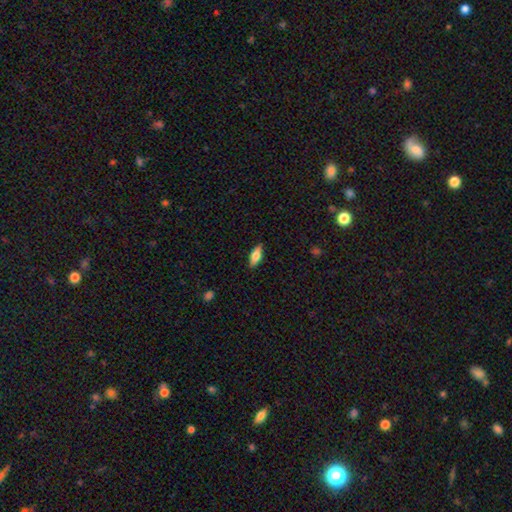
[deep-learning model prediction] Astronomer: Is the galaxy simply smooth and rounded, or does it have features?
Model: smooth — 71%.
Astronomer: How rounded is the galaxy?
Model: in between — 74%.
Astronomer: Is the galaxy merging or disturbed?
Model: none — 87%.